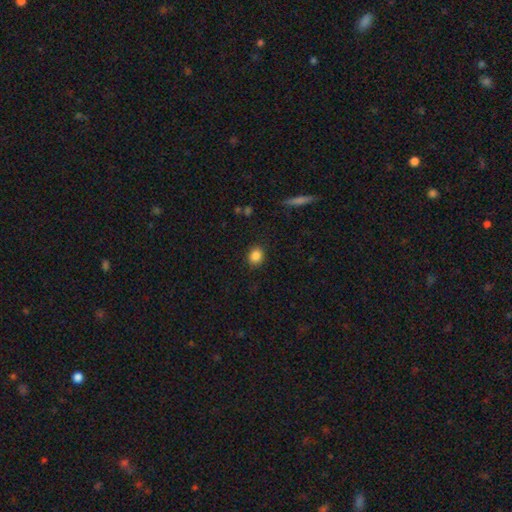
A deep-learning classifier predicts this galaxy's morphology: smooth 86%, star or artifact 10%, featured or disk 4%. Down the decision tree: how rounded — round (66%); merging — none (88%).